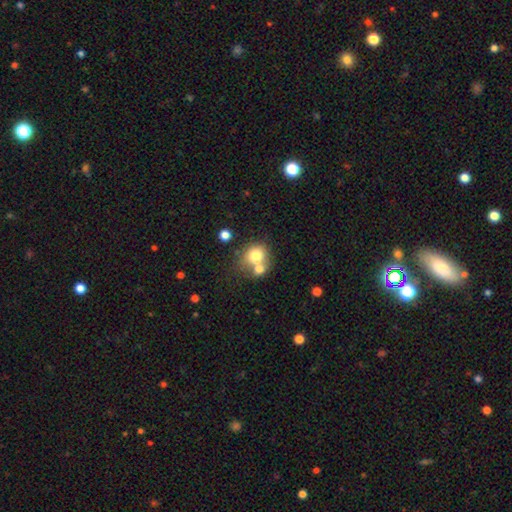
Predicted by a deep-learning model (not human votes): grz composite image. It shows a smooth galaxy with no disk features (69%) that is round (70%). Merging: merger (53%).